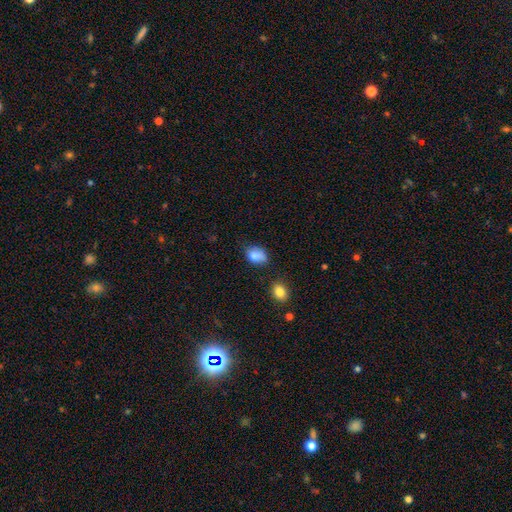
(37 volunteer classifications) Volunteers were most divided on "merging": minor disturbance: 50%, none: 42%, major disturbance: 6%, merger: 3%. More confident: smooth or featured — smooth (92%); how rounded — in between (74%).